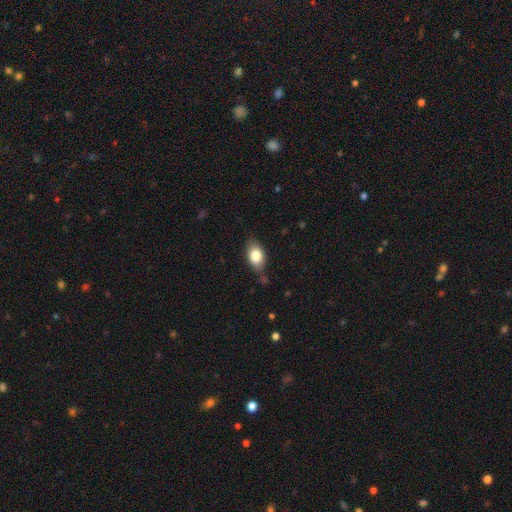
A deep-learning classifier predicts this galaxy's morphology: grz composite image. It shows a smooth galaxy with no disk features (80%) that is in between round and cigar-shaped (88%). Merging: none (73%).